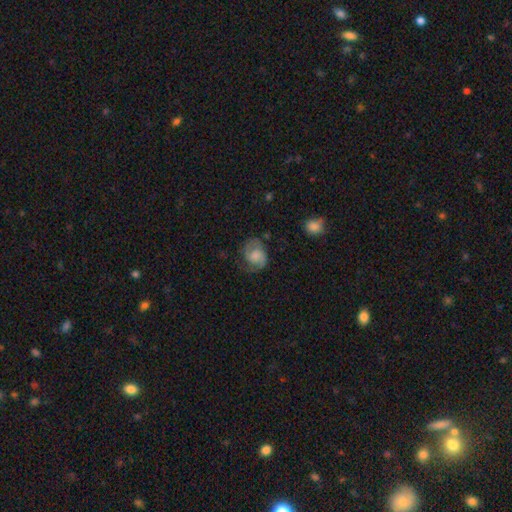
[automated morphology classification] type=featured or disk (60%); edge-on=no (98%); bar=no (62%); spiral arms=yes (90%); winding=medium (47%); arm count=2 (76%); bulge=none (28%); merging=none (59%).